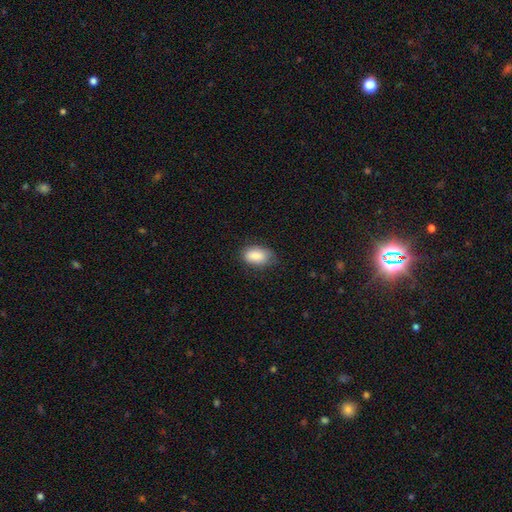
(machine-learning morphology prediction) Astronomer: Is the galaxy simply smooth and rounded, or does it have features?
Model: smooth — 88%.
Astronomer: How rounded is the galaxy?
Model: in between — 91%.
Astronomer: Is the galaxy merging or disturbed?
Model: none — 69%.